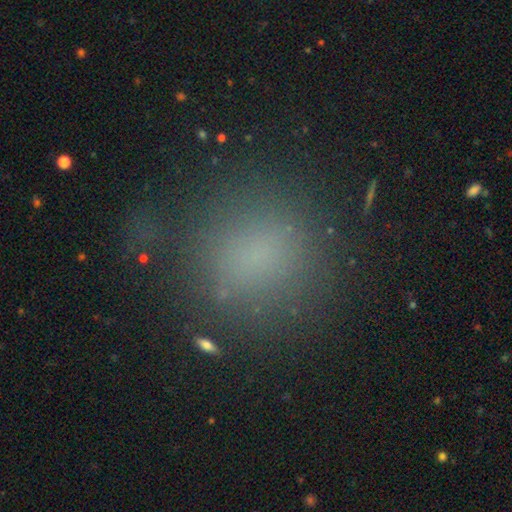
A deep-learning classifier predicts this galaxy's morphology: Q: Smooth or featured?
A: smooth (74%); runner-up: star or artifact (19%)
Q: How rounded?
A: round (85%); runner-up: in between (14%)
Q: Merging?
A: none (81%); runner-up: minor disturbance (12%)